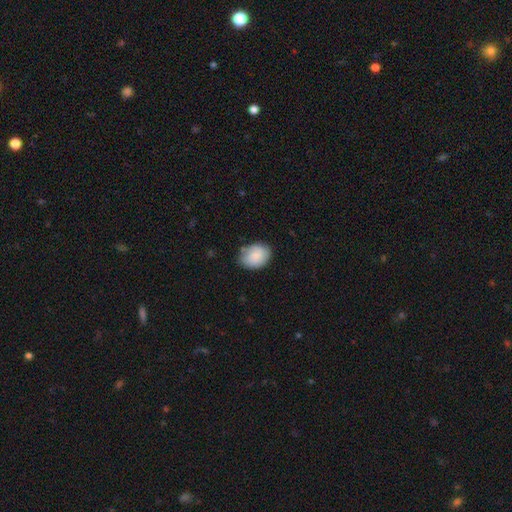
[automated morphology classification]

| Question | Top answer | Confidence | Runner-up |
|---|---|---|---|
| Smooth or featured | smooth | 83% | featured or disk (10%) |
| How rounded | in between | 69% | round (30%) |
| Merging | none | 71% | minor disturbance (23%) |